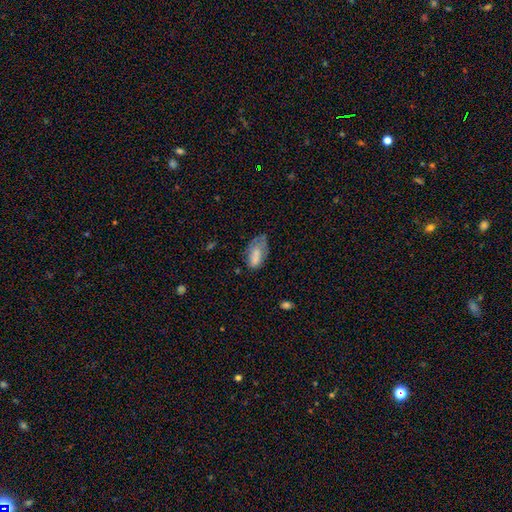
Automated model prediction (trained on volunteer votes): This is likely a smooth galaxy (74%). How rounded: clearly in between (91%). Merging: marginally none (40%).